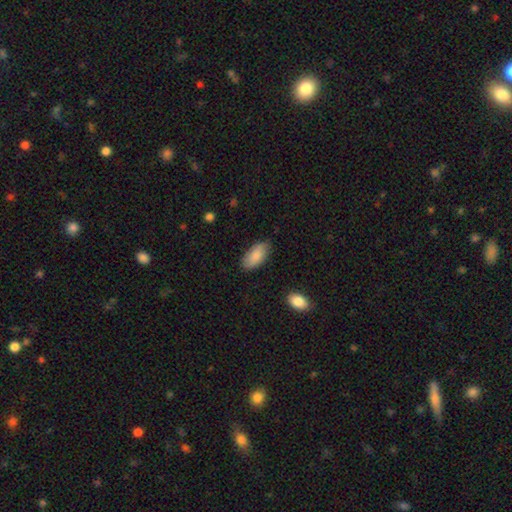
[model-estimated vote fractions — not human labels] This is clearly a smooth galaxy (85%). How rounded: clearly in between (93%). Merging: clearly none (81%).